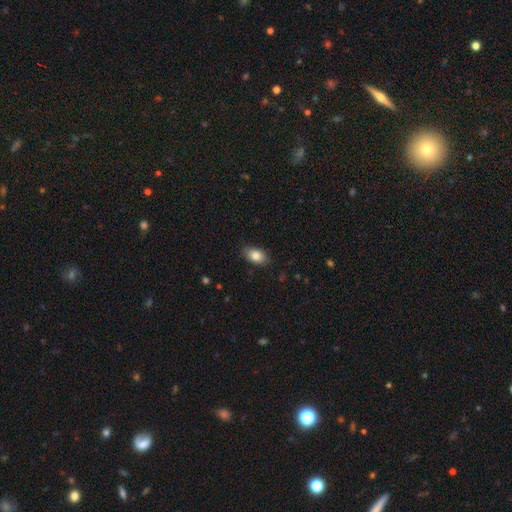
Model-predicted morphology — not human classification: The model was most divided on "merging": none: 85%, minor disturbance: 11%, major disturbance: 2%, merger: 1%. More confident: how rounded — in between (90%); smooth or featured — smooth (84%).